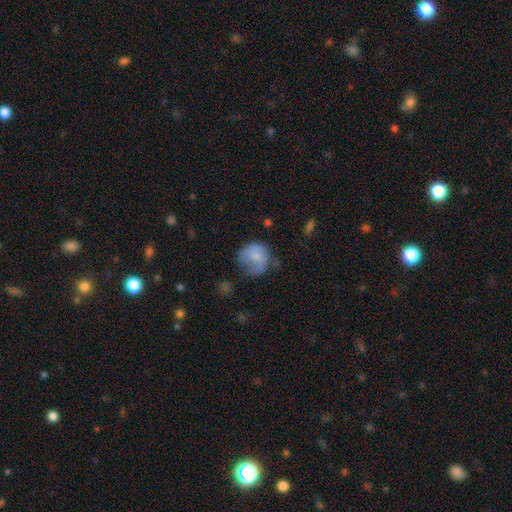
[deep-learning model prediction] Overall: smooth (69%). How rounded: round (74%). Merging: none (38%; minor disturbance 30%).